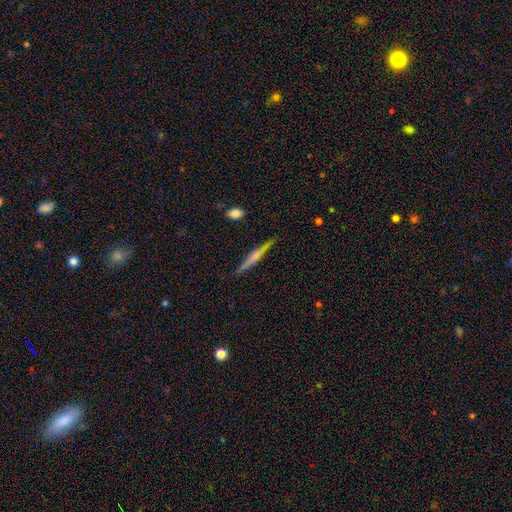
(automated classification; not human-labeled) Smooth or featured?
  - featured or disk: 66% *
  - smooth: 27%
  - star or artifact: 6%
Edge-on disk?
  - yes: 97% *
  - no: 3%
Edge-on bulge?
  - rounded: 60% *
  - none: 21%
  - boxy: 19%
Merging?
  - none: 87% *
  - minor disturbance: 10%
  - major disturbance: 2%
  - merger: 2%